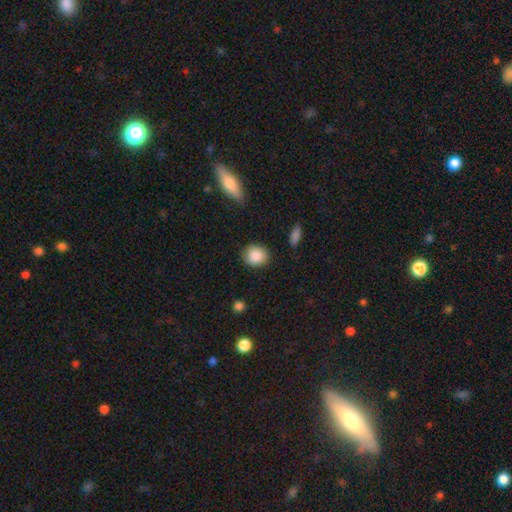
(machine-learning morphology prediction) A smooth galaxy with no disk features (88%) that is round (72%). Merging: none (82%).